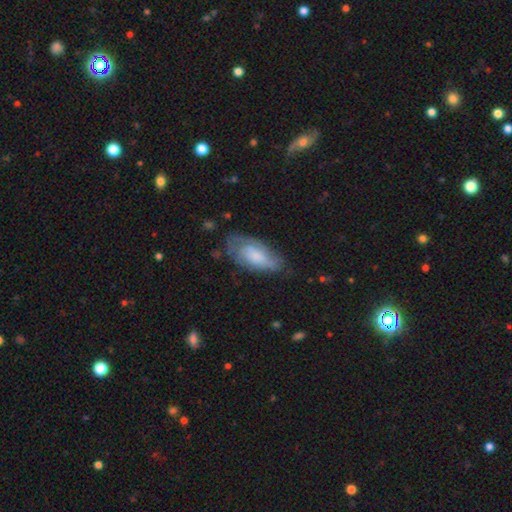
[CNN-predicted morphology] Smooth or featured? Predicted: featured or disk (p=0.48). Merging? Predicted: none (p=0.56).